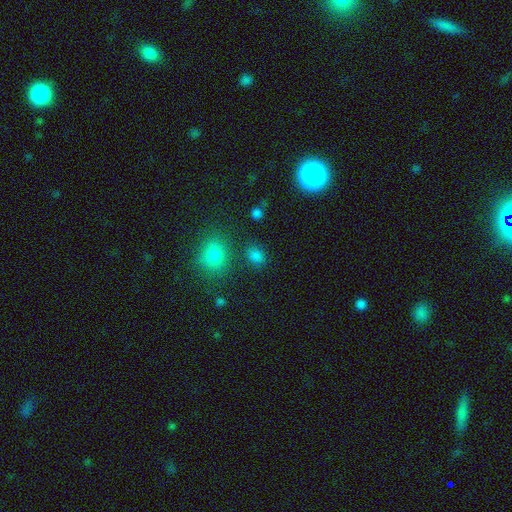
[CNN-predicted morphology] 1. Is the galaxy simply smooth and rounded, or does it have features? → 80% smooth, 15% star or artifact, 4% featured or disk.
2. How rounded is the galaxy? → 53% in between, 46% round, 1% cigar-shaped.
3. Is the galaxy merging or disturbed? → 80% none, 10% minor disturbance, 6% merger, 4% major disturbance.